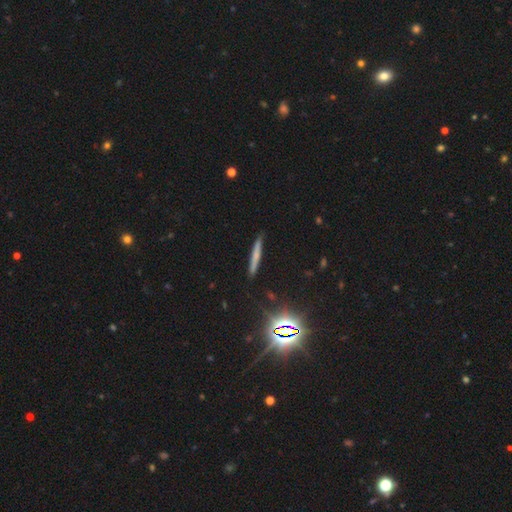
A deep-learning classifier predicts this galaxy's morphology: The model was most divided on "smooth or featured": smooth: 53%, featured or disk: 32%, star or artifact: 15%. More confident: how rounded — cigar-shaped (94%); merging — none (88%).